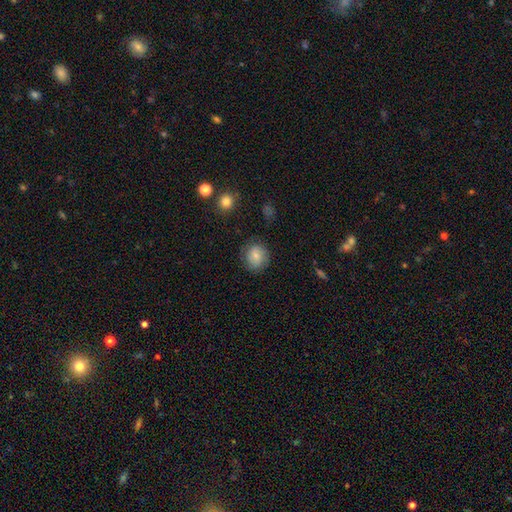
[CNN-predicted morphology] Smooth or featured? Predicted: smooth (p=0.78). How rounded? Predicted: round (p=0.82). Merging? Predicted: none (p=0.81).